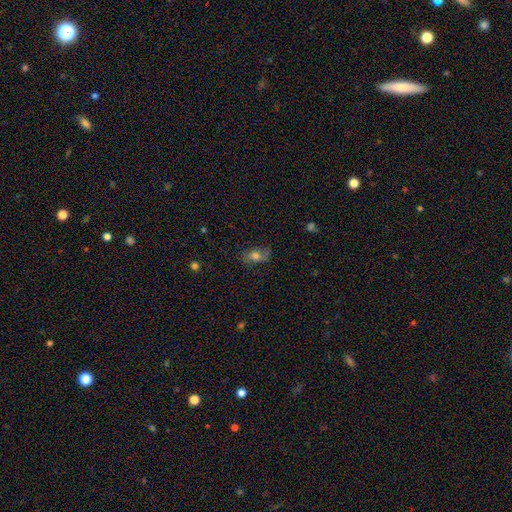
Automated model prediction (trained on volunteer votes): Smooth or featured: smooth — 59% (featured or disk — 26%)
How rounded: in between — 80% (round — 14%)
Merging: none — 73% (minor disturbance — 20%)